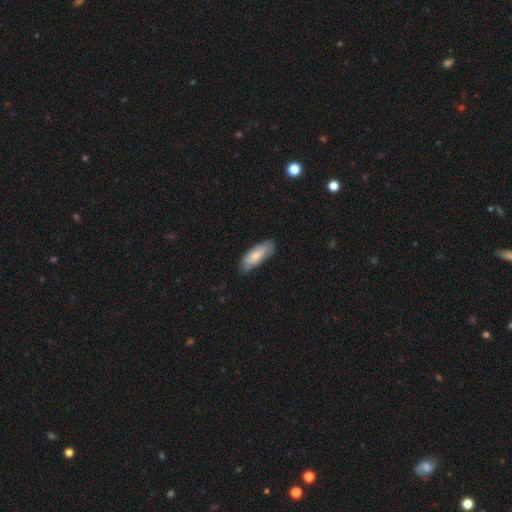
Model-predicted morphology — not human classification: type=smooth (77%); roundness=in between (76%); merging=none (74%).